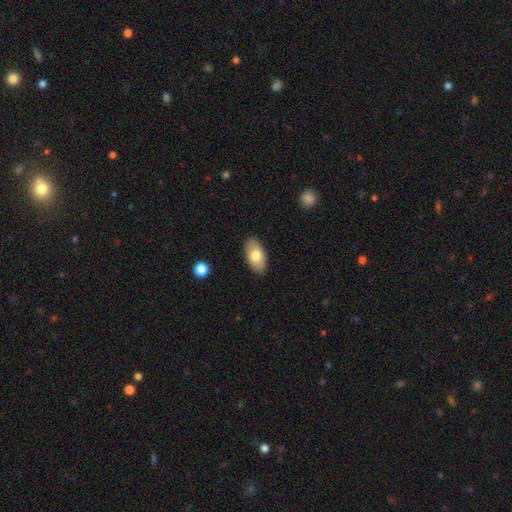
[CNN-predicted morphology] Smooth or featured: smooth — 74% (featured or disk — 20%)
How rounded: in between — 94% (round — 4%)
Merging: none — 88% (minor disturbance — 9%)